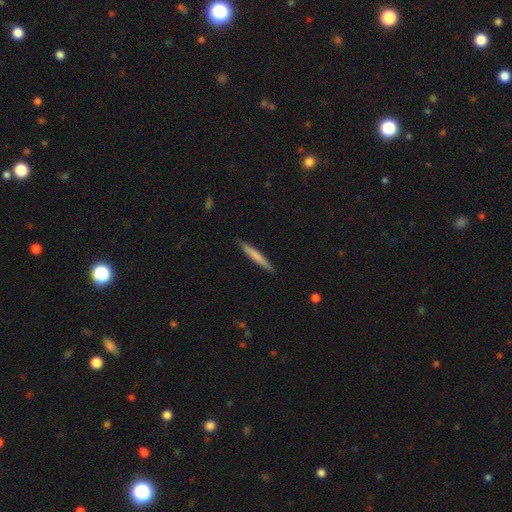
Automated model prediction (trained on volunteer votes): Overall: smooth (68%). How rounded: cigar-shaped (96%). Merging: none (90%).